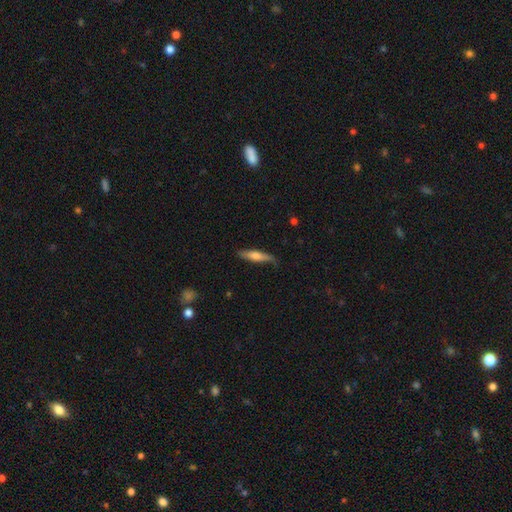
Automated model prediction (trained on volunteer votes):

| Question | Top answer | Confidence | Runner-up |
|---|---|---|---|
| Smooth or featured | smooth | 59% | featured or disk (35%) |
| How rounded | cigar-shaped | 81% | in between (17%) |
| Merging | none | 76% | minor disturbance (19%) |